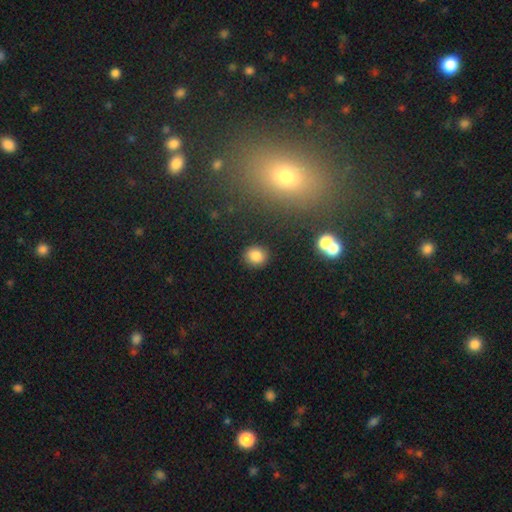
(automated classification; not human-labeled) This is clearly a smooth galaxy (82%). How rounded: likely round (72%). Merging: clearly none (89%).